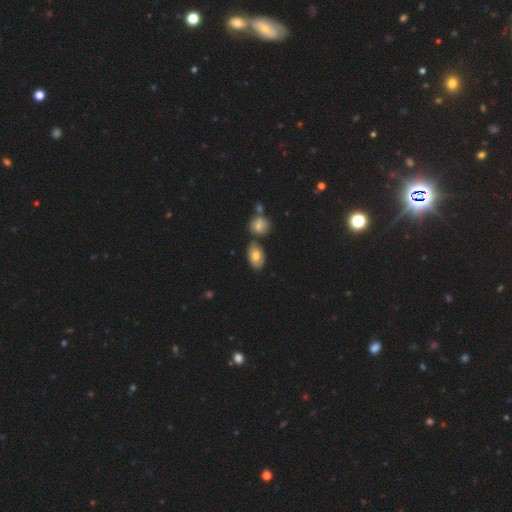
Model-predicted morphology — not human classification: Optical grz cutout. It shows a smooth galaxy with no disk features (69%) that is in between round and cigar-shaped (89%). Merging: none (62%).